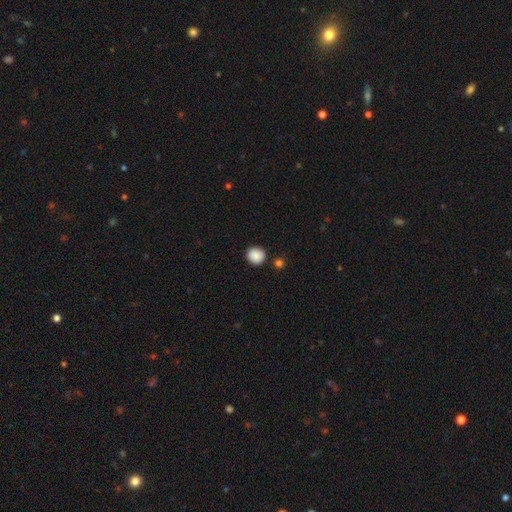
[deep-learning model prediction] Smooth or featured: smooth — 88% (star or artifact — 8%)
How rounded: round — 85% (in between — 14%)
Merging: none — 85% (minor disturbance — 9%)